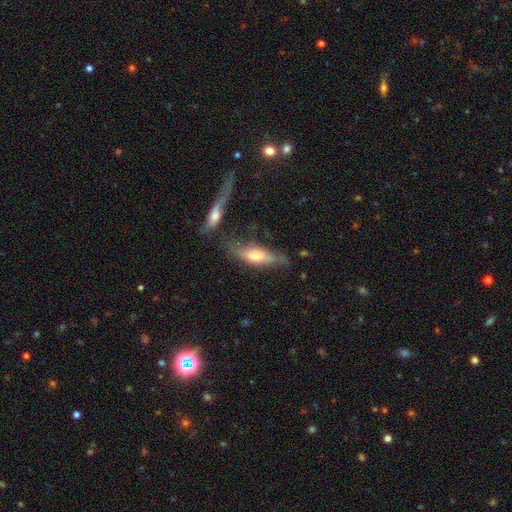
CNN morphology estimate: A featured or disk galaxy (48%). Merging: none (49%).